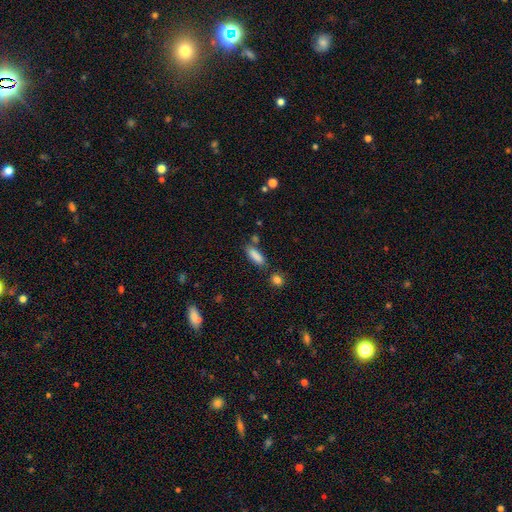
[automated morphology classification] A smooth galaxy with no disk features (86%) that is in between round and cigar-shaped (54%). Merging: none (73%).